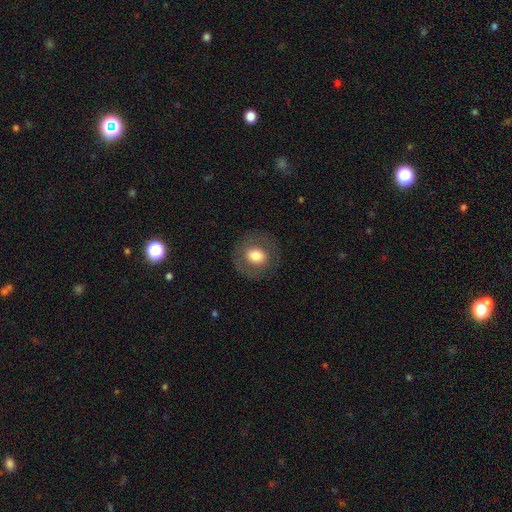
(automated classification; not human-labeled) A smooth galaxy with no disk features (67%) that is round (81%). Merging: none (83%).